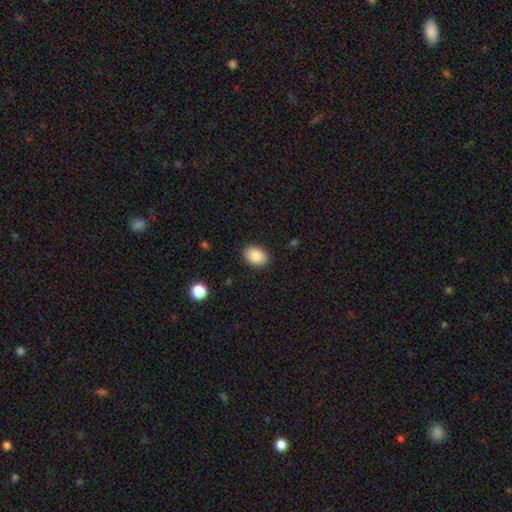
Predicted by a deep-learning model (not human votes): A smooth galaxy with no disk features (86%) that is in between round and cigar-shaped (73%). Merging: none (88%).